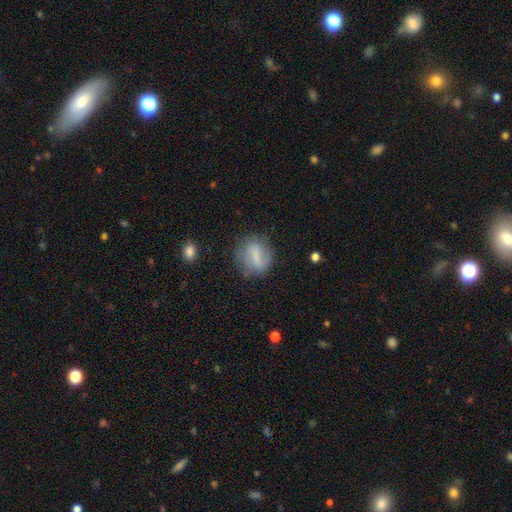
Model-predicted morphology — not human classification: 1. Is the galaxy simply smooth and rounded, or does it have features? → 57% smooth, 34% featured or disk, 9% star or artifact.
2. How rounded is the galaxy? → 50% round, 44% in between, 5% cigar-shaped.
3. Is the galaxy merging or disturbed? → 65% none, 22% minor disturbance, 10% major disturbance, 3% merger.